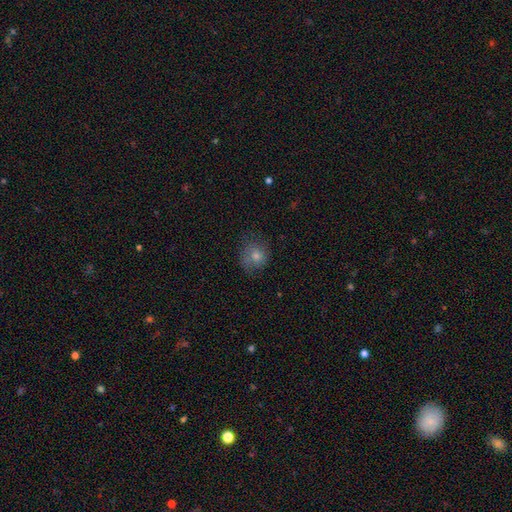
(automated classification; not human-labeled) This appears to be a smooth galaxy with no disk features (62%) that is round (81%). Merging: none (69%).